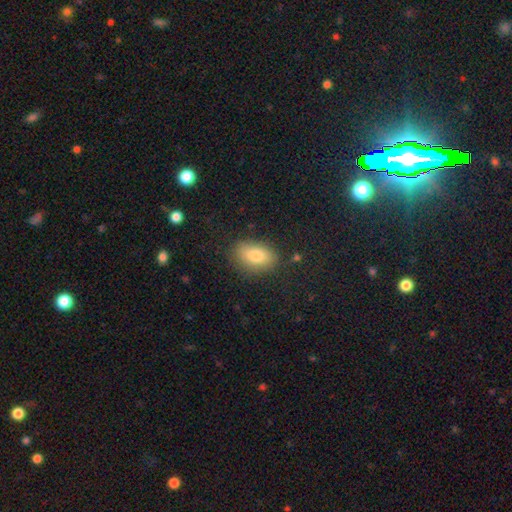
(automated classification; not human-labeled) Smooth or featured? Predicted: smooth (p=0.82). How rounded? Predicted: in between (p=0.89). Merging? Predicted: none (p=0.81).